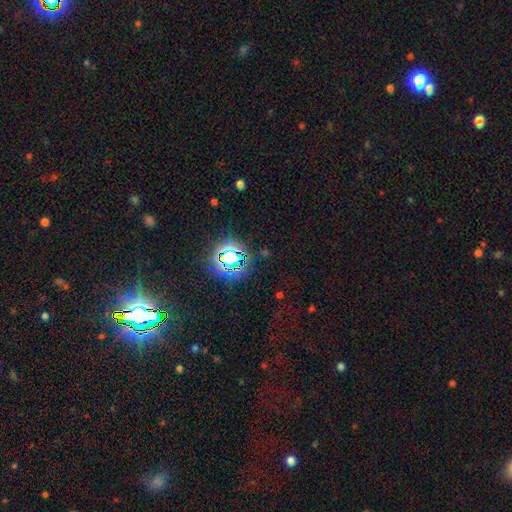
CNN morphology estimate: type=star or artifact (80%).